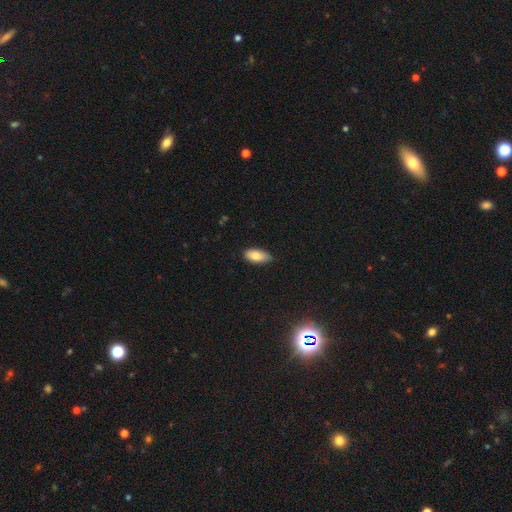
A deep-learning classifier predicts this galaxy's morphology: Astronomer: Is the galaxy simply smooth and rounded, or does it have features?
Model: smooth — 80%.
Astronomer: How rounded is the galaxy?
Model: in between — 90%.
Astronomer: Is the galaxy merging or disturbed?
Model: none — 80%.